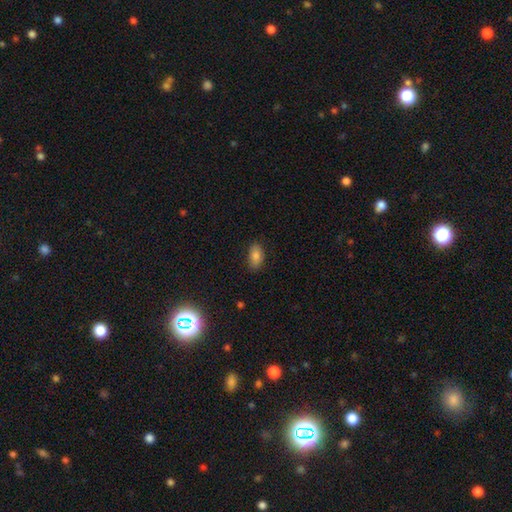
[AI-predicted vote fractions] Morphology: type=smooth (83%); roundness=in between (91%); merging=none (84%).